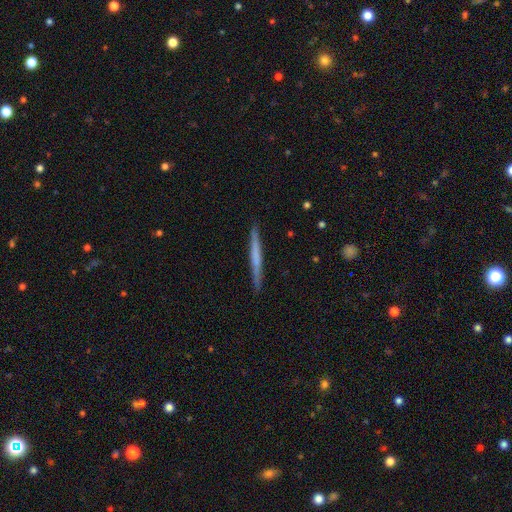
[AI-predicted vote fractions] A smooth galaxy with no disk features (48%).

Vote fractions:
- Smooth or featured? smooth: 48% / featured or disk: 46% / star or artifact: 5%
- Merging? none: 90% / minor disturbance: 7% / major disturbance: 1% / merger: 1%